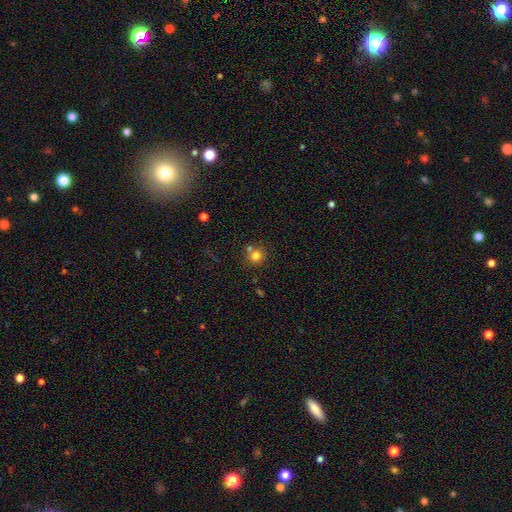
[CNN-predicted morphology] Q: Smooth or featured?
A: smooth (78%); runner-up: star or artifact (13%)
Q: How rounded?
A: round (89%); runner-up: in between (10%)
Q: Merging?
A: none (67%); runner-up: merger (21%)